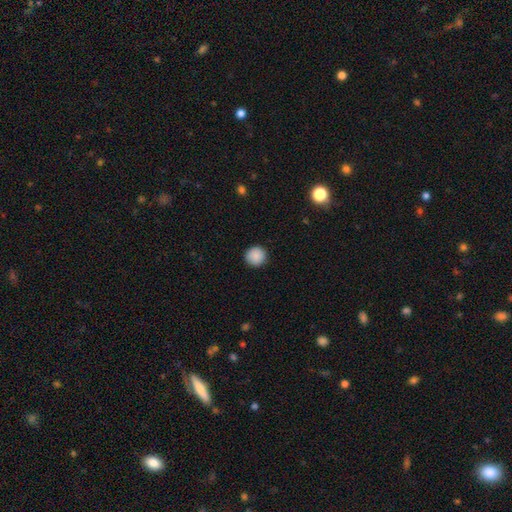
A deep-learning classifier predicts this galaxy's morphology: Smooth or featured? smooth (89%)
How rounded? round (94%)
Merging? none (91%)